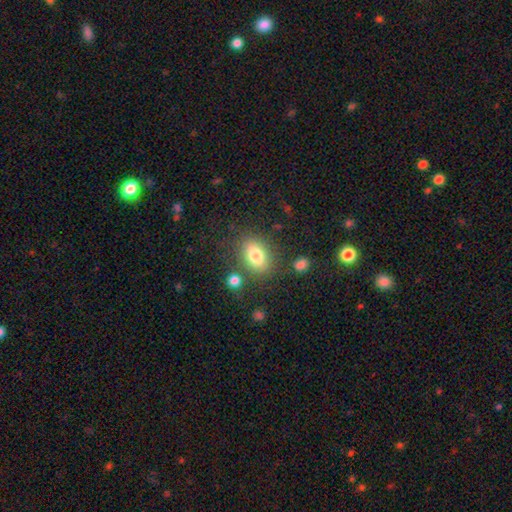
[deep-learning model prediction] smooth 80%, featured or disk 11%, star or artifact 9%. Down the decision tree: how rounded — in between (77%); merging — none (76%).